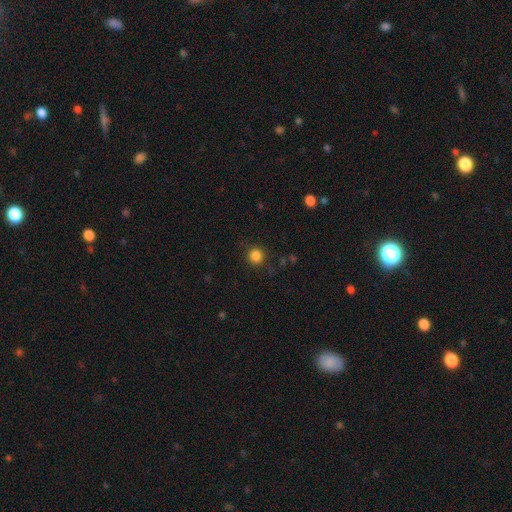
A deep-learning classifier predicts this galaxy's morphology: smooth 84%, star or artifact 12%, featured or disk 4%. Down the decision tree: how rounded — round (94%); merging — none (88%).